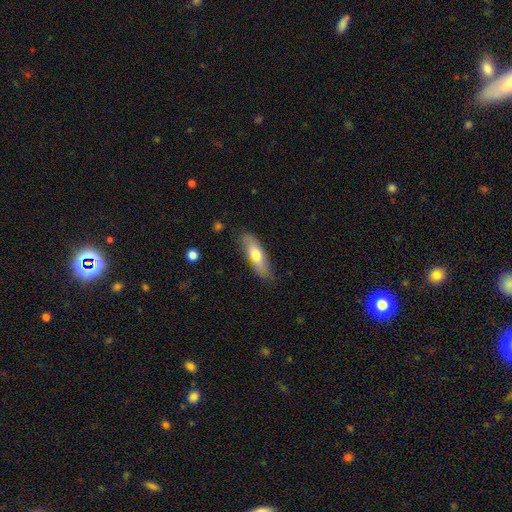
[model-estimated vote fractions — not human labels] Smooth or featured?
  - smooth: 67% *
  - featured or disk: 27%
  - star or artifact: 6%
How rounded?
  - in between: 51% *
  - cigar-shaped: 47%
  - round: 2%
Merging?
  - none: 78% *
  - minor disturbance: 17%
  - major disturbance: 3%
  - merger: 2%